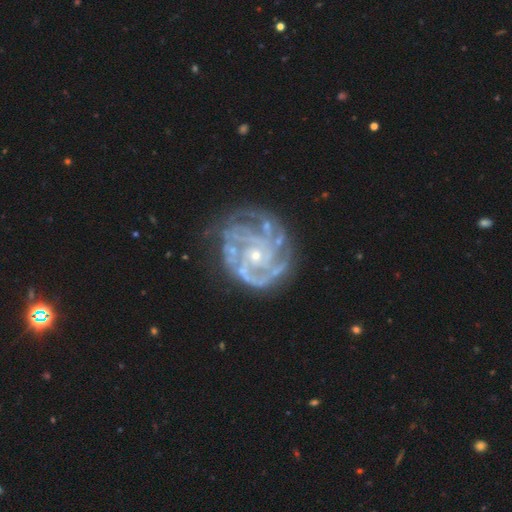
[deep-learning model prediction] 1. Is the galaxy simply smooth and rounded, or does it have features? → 90% featured or disk, 6% star or artifact, 4% smooth.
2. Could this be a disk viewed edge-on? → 98% no, 2% yes.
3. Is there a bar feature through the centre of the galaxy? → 76% no, 18% weak, 6% strong.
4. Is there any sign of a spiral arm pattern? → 97% yes, 3% no.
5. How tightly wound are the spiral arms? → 69% tight, 26% medium, 5% loose.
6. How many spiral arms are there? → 24% 3, 22% 4, 22% can't tell, 14% 2, 11% more than 4, 7% 1.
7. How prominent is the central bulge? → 77% small, 19% moderate, 2% none, 1% large, 1% dominant.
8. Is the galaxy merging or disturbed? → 63% none, 21% minor disturbance, 13% major disturbance, 3% merger.